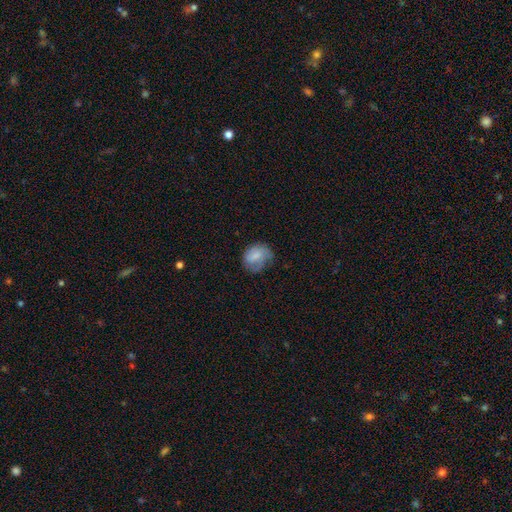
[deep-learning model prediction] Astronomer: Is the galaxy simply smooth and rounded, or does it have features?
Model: smooth — 63%.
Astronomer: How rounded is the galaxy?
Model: round — 54% (runner-up: in between, 44%).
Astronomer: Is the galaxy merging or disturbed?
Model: none — 51% (runner-up: minor disturbance, 30%).